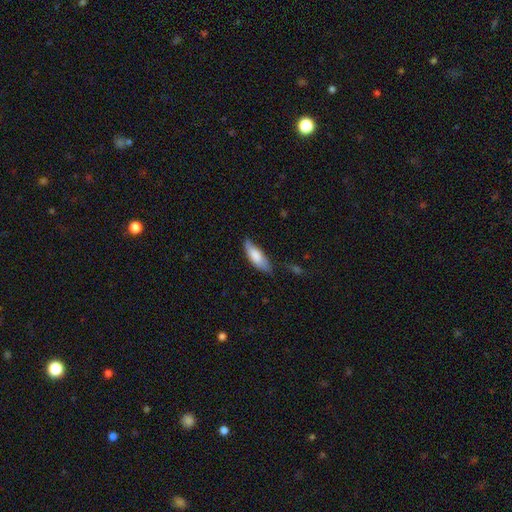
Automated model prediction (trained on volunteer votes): This is likely a smooth galaxy (78%). How rounded: likely in between (65%). Merging: possibly none (57%).